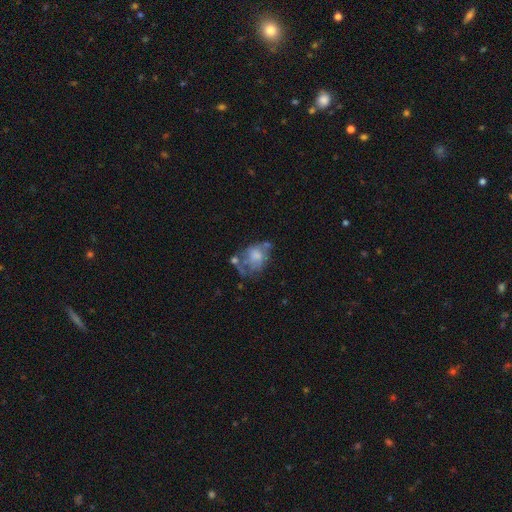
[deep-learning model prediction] A featured or disk galaxy (47%).

Vote fractions:
- Smooth or featured? featured or disk: 47% / smooth: 42% / star or artifact: 10%
- Merging? major disturbance: 31% / none: 27% / minor disturbance: 23% / merger: 19%